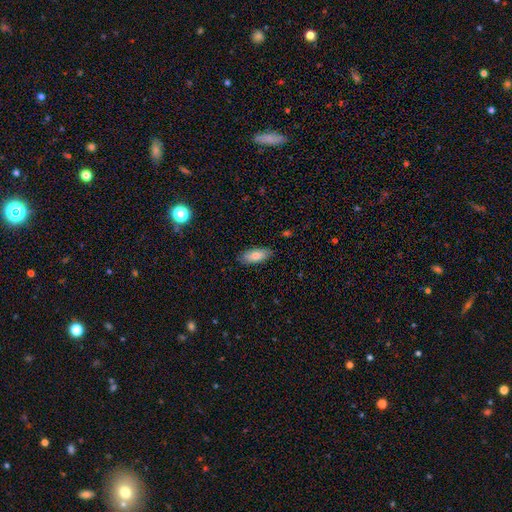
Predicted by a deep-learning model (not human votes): A smooth galaxy with no disk features (81%) that is in between round and cigar-shaped (84%). Merging: none (86%).